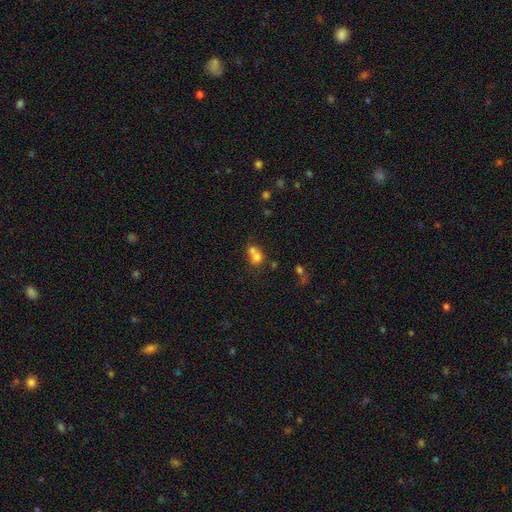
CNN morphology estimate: smooth-or-featured: smooth: 70% | featured or disk: 16% | star or artifact: 14%
  how-rounded: round: 71% | in between: 28% | cigar-shaped: 1%
  merging: merger: 62% | none: 27% | minor disturbance: 6% | major disturbance: 4%